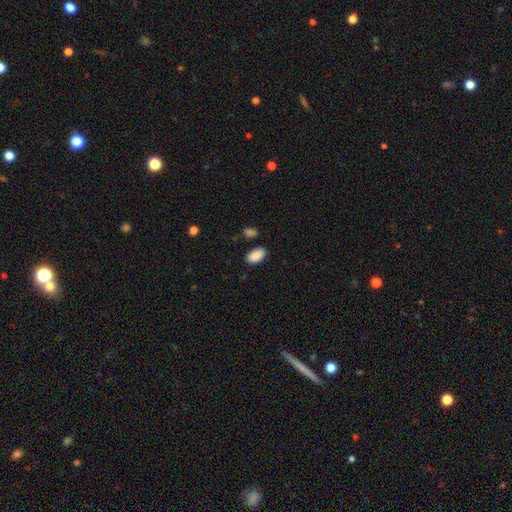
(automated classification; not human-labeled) smooth-or-featured: smooth: 90% | star or artifact: 7% | featured or disk: 3%
  how-rounded: in between: 94% | round: 4% | cigar-shaped: 2%
  merging: none: 83% | minor disturbance: 11% | merger: 4% | major disturbance: 3%